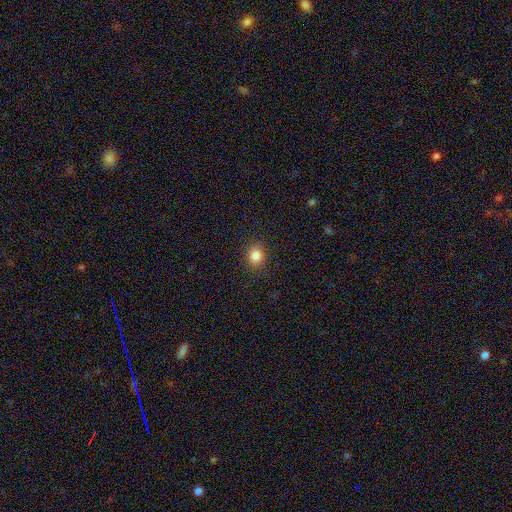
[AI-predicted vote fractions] Smooth or featured? Predicted: smooth (p=0.84). How rounded? Predicted: round (p=0.75). Merging? Predicted: none (p=0.89).